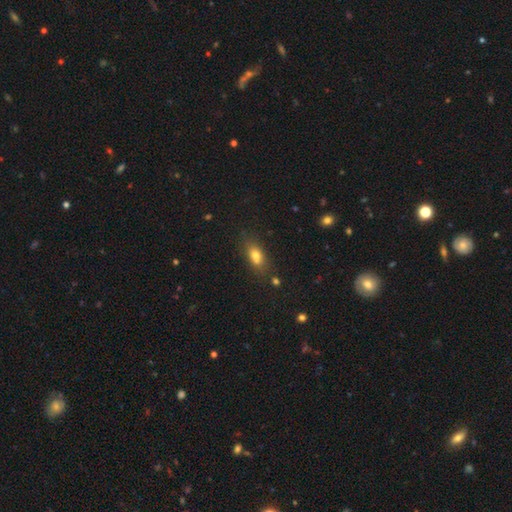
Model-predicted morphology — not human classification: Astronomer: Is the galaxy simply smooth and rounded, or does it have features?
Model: smooth — 75%.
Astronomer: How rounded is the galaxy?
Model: in between — 77%.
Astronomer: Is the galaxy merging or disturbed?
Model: none — 64%.